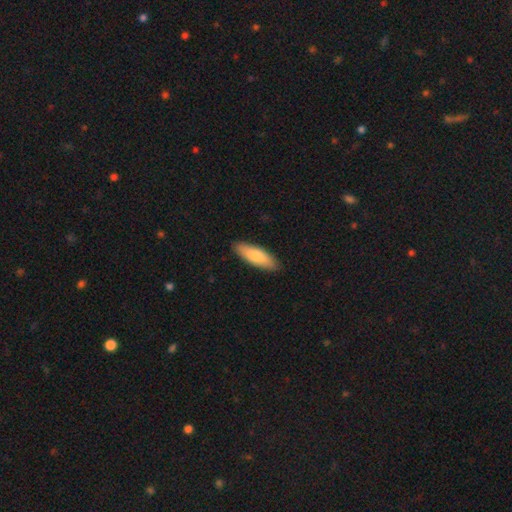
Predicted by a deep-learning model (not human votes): Morphology: type=smooth (76%); roundness=in between (54%); merging=none (89%).